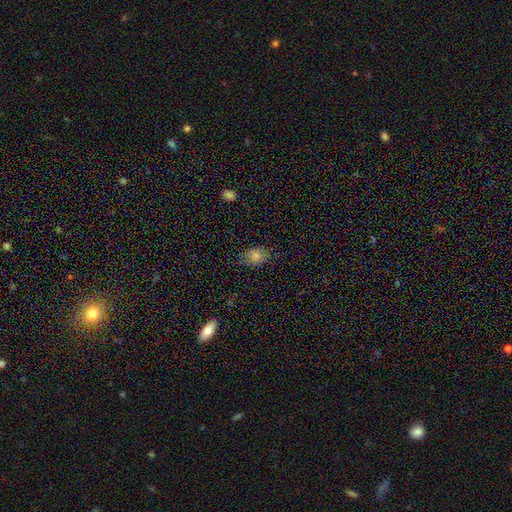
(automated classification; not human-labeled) This is likely a smooth galaxy (73%). How rounded: likely in between (78%). Merging: likely none (76%).